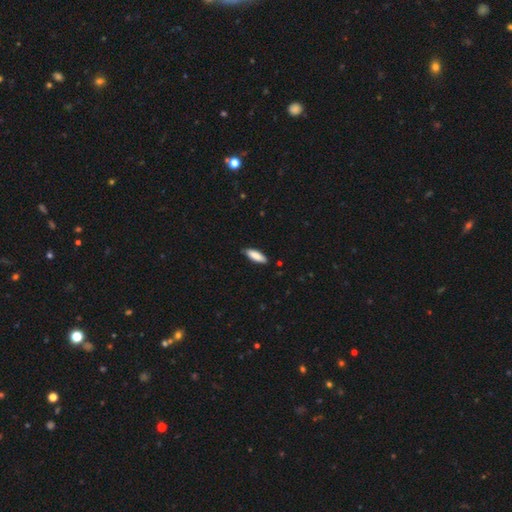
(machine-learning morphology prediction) smooth-or-featured: smooth: 86% | featured or disk: 9% | star or artifact: 5%
  how-rounded: in between: 51% | cigar-shaped: 48% | round: 2%
  merging: none: 84% | minor disturbance: 13% | major disturbance: 2% | merger: 1%